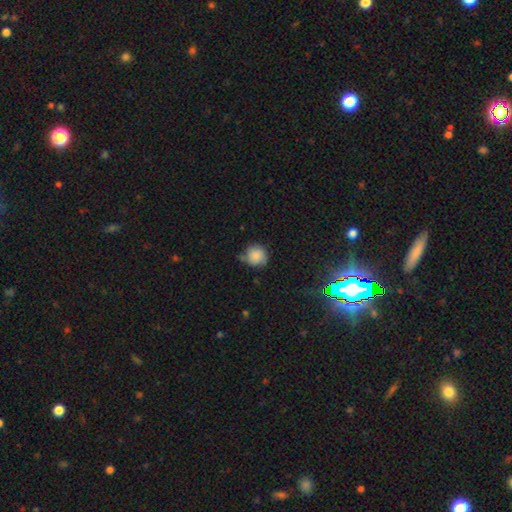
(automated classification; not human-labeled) This appears to be a smooth galaxy with no disk features (83%) that is round (90%). Merging: none (65%).